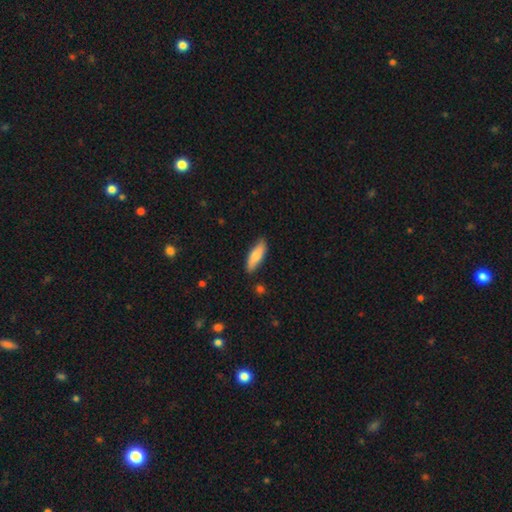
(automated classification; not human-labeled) This appears to be a smooth galaxy with no disk features (77%) that is in between round and cigar-shaped (54%). Merging: none (83%).